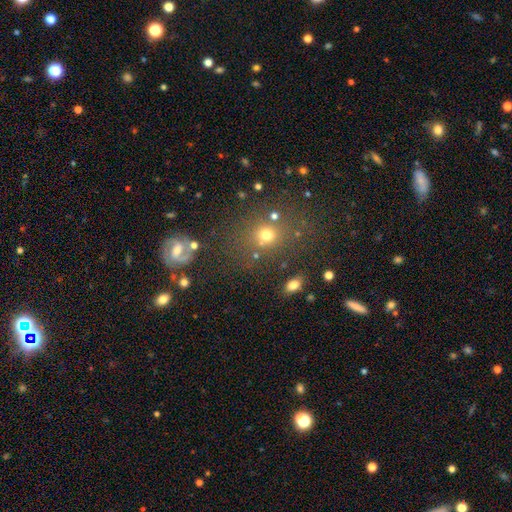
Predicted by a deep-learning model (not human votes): smooth-or-featured: smooth: 58% | star or artifact: 25% | featured or disk: 17%
  how-rounded: round: 72% | in between: 26% | cigar-shaped: 2%
  merging: none: 72% | minor disturbance: 13% | merger: 9% | major disturbance: 6%